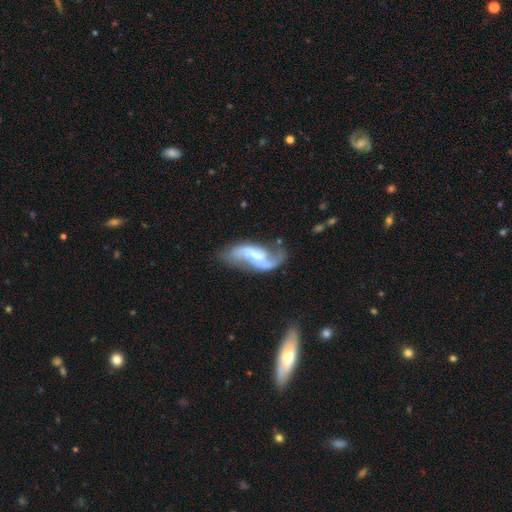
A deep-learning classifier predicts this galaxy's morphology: type=featured or disk (82%); edge-on=no (96%); bar=weak (49%); spiral arms=yes (94%); winding=loose (67%); arm count=2 (85%); bulge=moderate (41%); merging=none (54%).